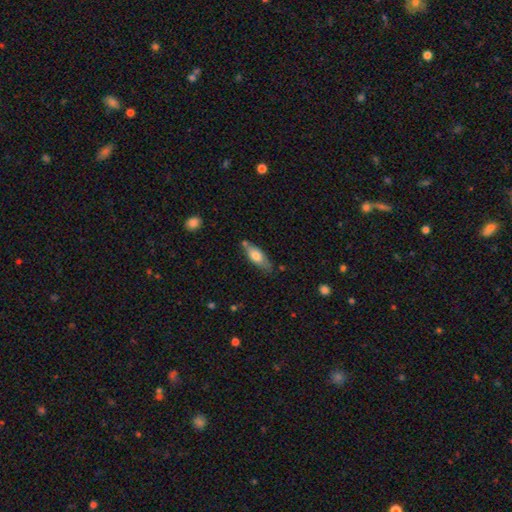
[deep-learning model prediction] Q: Smooth or featured?
A: smooth (69%); runner-up: featured or disk (25%)
Q: How rounded?
A: in between (68%); runner-up: cigar-shaped (30%)
Q: Merging?
A: none (64%); runner-up: minor disturbance (23%)